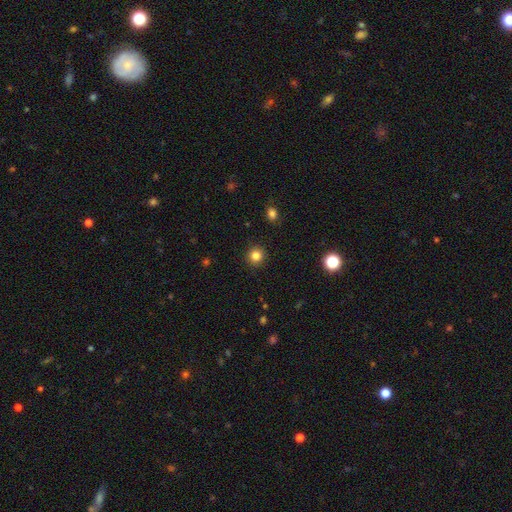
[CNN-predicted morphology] smooth-or-featured: smooth: 83% | star or artifact: 12% | featured or disk: 5%
  how-rounded: round: 93% | in between: 6% | cigar-shaped: 1%
  merging: none: 92% | minor disturbance: 5% | major disturbance: 2% | merger: 1%